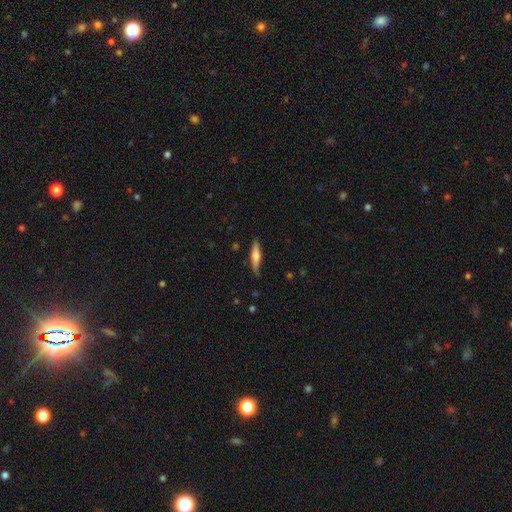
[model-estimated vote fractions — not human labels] A featured or disk galaxy (50%). Merging: none (85%).